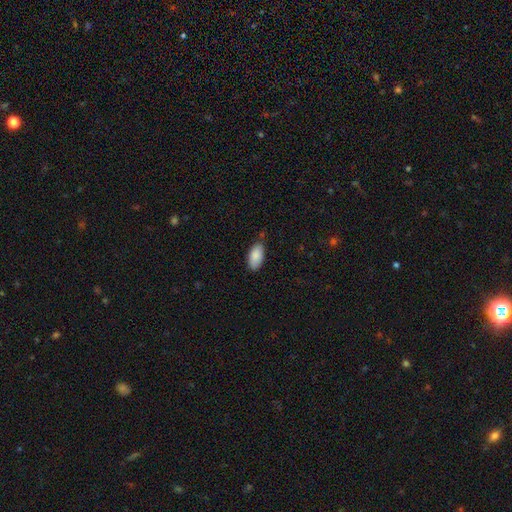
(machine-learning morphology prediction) A smooth galaxy with no disk features (88%) that is in between round and cigar-shaped (94%).

Vote fractions:
- Smooth or featured? smooth: 88% / star or artifact: 6% / featured or disk: 6%
- How rounded? in between: 94% / cigar-shaped: 4% / round: 2%
- Merging? none: 74% / minor disturbance: 21% / major disturbance: 3% / merger: 2%